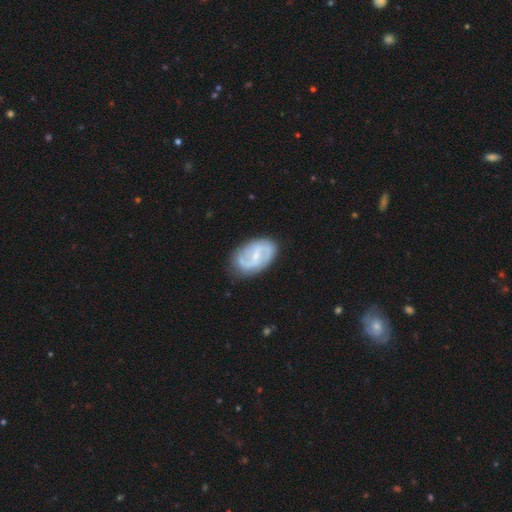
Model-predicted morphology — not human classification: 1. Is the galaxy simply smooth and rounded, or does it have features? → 76% featured or disk, 19% smooth, 5% star or artifact.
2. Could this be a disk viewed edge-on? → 97% no, 3% yes.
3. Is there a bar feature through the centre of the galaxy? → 52% weak, 26% strong, 22% no.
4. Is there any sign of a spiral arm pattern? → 86% yes, 14% no.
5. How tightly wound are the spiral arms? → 43% medium, 33% loose, 24% tight.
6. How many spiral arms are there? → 80% 2, 12% can't tell, 3% 1, 2% 3, 1% 4, 1% more than 4.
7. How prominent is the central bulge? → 66% small, 24% moderate, 7% none, 1% large, 1% dominant.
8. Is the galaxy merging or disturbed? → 76% none, 17% minor disturbance, 5% major disturbance, 2% merger.